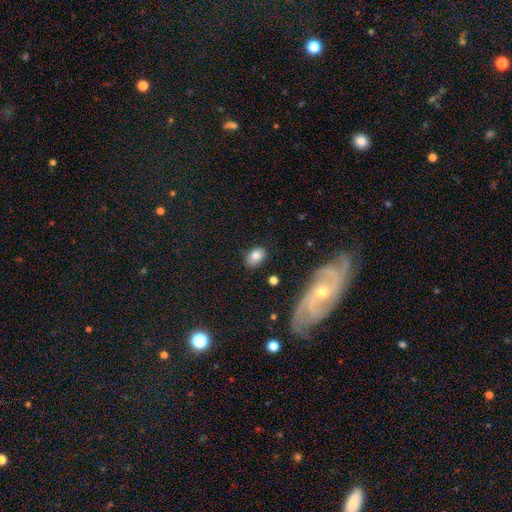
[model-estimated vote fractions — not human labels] Morphology: type=smooth (80%); roundness=in between (77%); merging=none (76%).